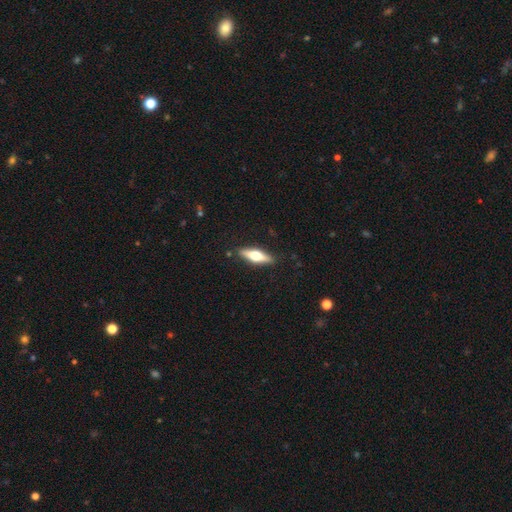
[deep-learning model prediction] smooth-or-featured: featured or disk: 57% | smooth: 37% | star or artifact: 5%
  disk-edge-on: yes: 94% | no: 6%
    edge-on-bulge: rounded: 95% | boxy: 3% | none: 2%
  merging: none: 88% | minor disturbance: 9% | major disturbance: 2% | merger: 1%